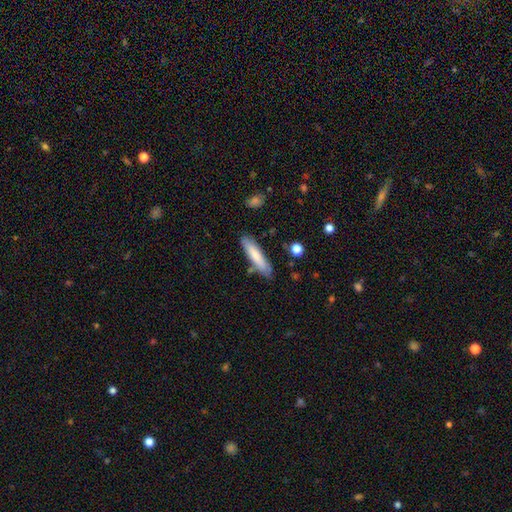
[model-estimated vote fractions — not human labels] The model was most divided on "smooth or featured": smooth: 75%, featured or disk: 20%, star or artifact: 6%. More confident: how rounded — cigar-shaped (82%); merging — none (80%).